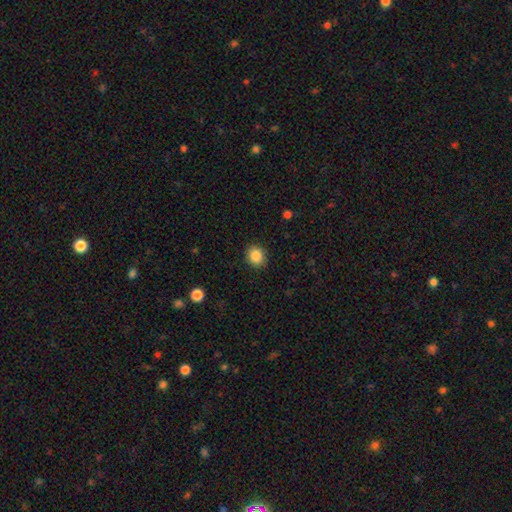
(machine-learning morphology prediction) This is clearly a smooth galaxy (88%). How rounded: likely round (77%). Merging: clearly none (90%).